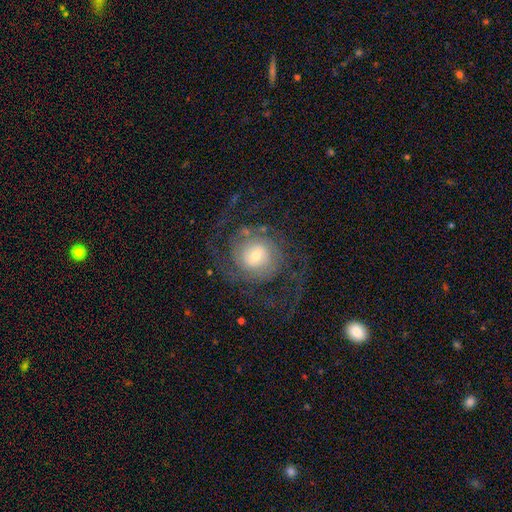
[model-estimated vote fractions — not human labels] Smooth or featured? Predicted: featured or disk (p=0.83). Edge-on disk? Predicted: no (p=0.98). Bar? Predicted: no (p=0.58). Spiral arms? Predicted: yes (p=0.94). Spiral winding? Predicted: tight (p=0.39). Spiral arm count? Predicted: 2 (p=0.60). Bulge size? Predicted: small (p=0.48). Merging? Predicted: none (p=0.69).